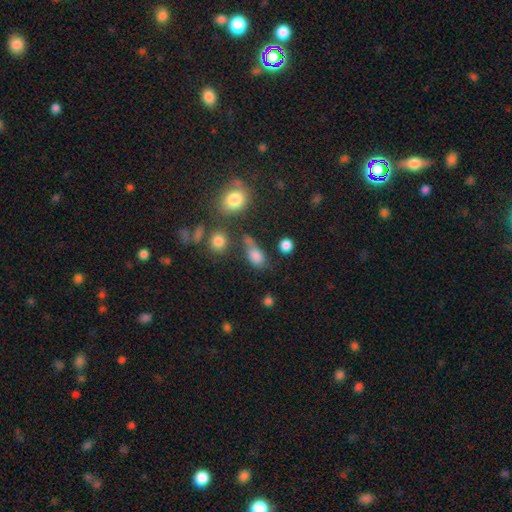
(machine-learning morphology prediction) smooth 79%, star or artifact 13%, featured or disk 8%. Down the decision tree: how rounded — in between (71%); merging — none (45%).